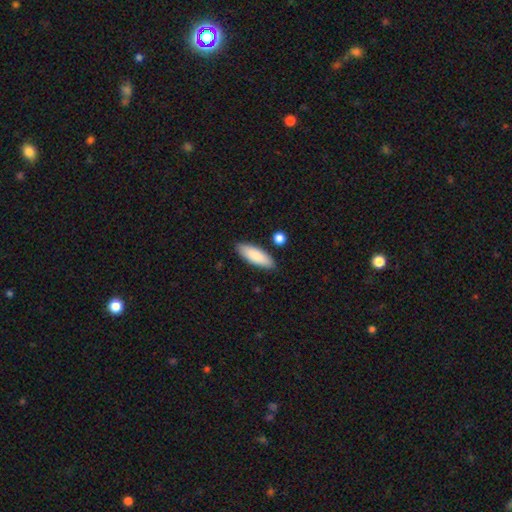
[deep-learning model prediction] This appears to be a smooth galaxy with no disk features (85%) that is in between round and cigar-shaped (62%). Merging: none (85%).